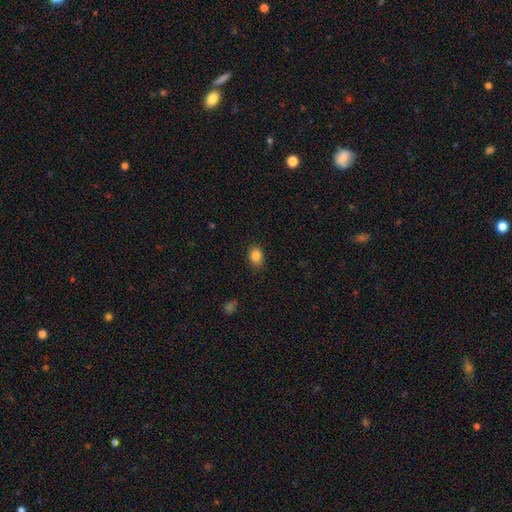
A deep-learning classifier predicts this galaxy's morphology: The model was most divided on "how rounded": in between: 60%, round: 39%, cigar-shaped: 1%. More confident: smooth or featured — smooth (86%); merging — none (84%).